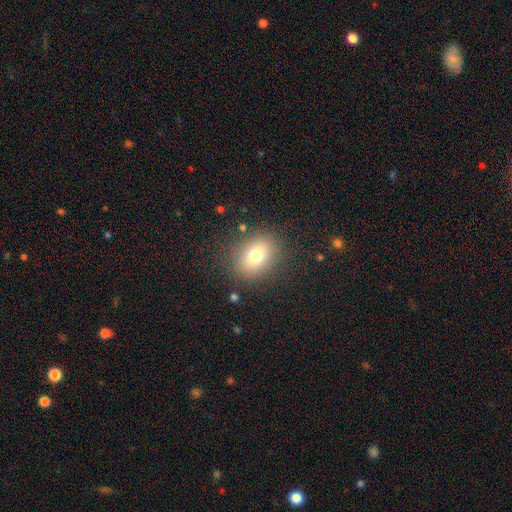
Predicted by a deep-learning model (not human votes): A smooth galaxy with no disk features (75%) that is in between round and cigar-shaped (61%).

Vote fractions:
- Smooth or featured? smooth: 75% / featured or disk: 13% / star or artifact: 12%
- How rounded? in between: 61% / round: 38% / cigar-shaped: 2%
- Merging? none: 84% / minor disturbance: 10% / major disturbance: 4% / merger: 2%